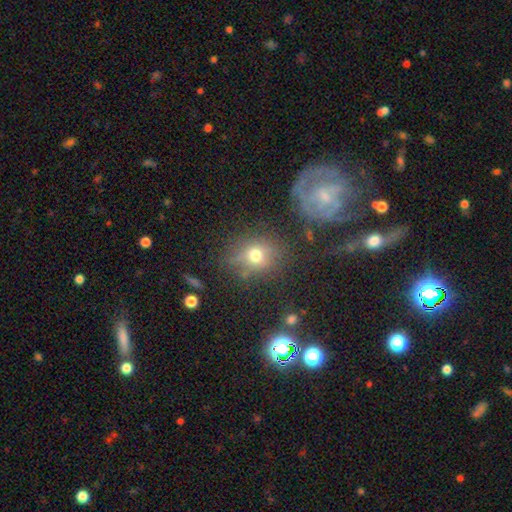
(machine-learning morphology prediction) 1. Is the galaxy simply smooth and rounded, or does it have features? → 59% smooth, 21% featured or disk, 20% star or artifact.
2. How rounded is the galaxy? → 65% round, 32% in between, 3% cigar-shaped.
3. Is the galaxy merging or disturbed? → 75% none, 14% minor disturbance, 6% major disturbance, 4% merger.